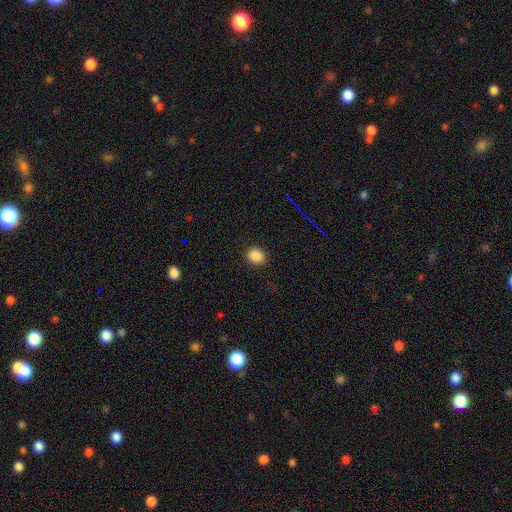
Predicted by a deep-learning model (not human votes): Smooth or featured? smooth (86%)
How rounded? round (76%)
Merging? none (90%)